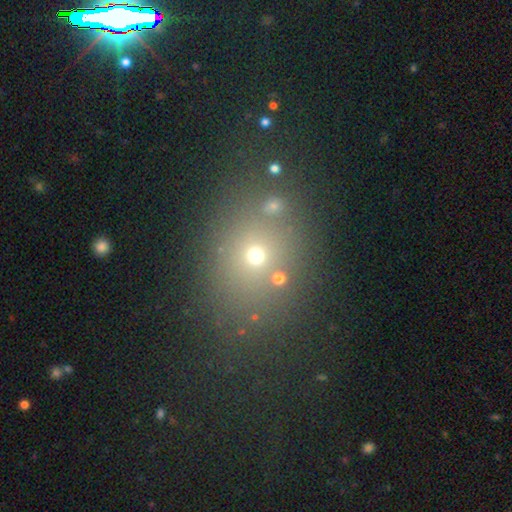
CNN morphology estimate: This is likely a smooth galaxy (63%). How rounded: likely round (70%). Merging: likely none (66%).